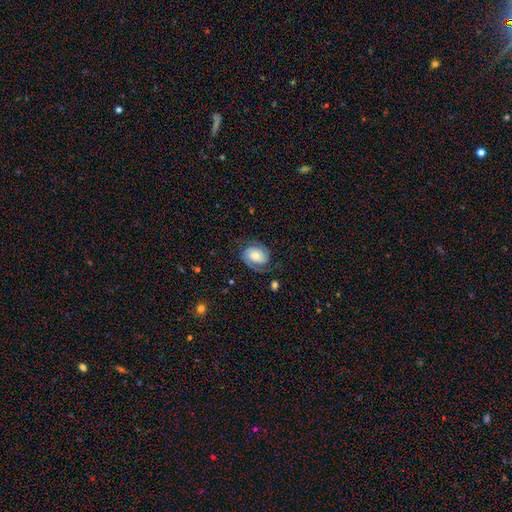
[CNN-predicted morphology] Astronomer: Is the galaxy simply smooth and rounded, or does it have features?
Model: featured or disk — 74%.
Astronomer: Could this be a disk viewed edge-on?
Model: no — 98%.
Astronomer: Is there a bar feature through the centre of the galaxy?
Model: no — 56% (runner-up: weak, 32%).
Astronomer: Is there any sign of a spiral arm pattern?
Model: yes — 95%.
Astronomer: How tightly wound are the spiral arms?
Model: tight — 45% (runner-up: medium, 40%).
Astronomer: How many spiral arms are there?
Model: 2 — 87%.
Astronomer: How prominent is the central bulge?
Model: moderate — 46% (runner-up: small, 32%).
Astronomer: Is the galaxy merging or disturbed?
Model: none — 72%.